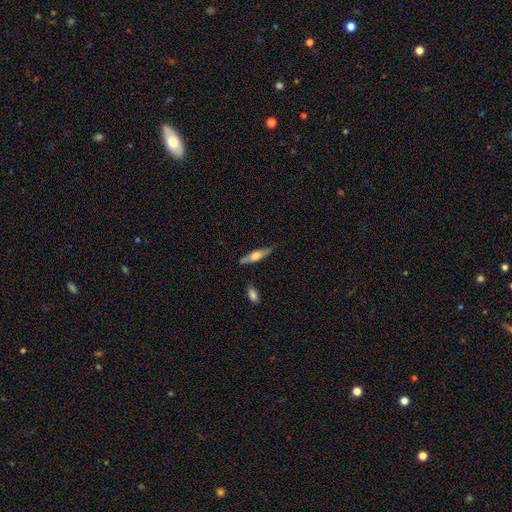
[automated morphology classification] Smooth or featured? smooth (52%)
How rounded? cigar-shaped (73%)
Merging? none (73%)